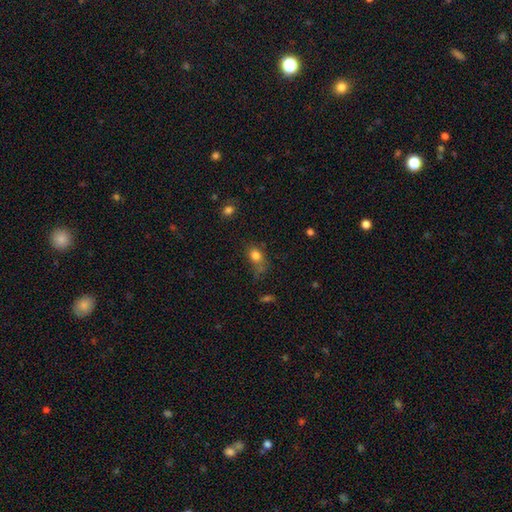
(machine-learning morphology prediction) smooth 80%, star or artifact 12%, featured or disk 8%. Down the decision tree: how rounded — in between (55%); merging — none (46%).